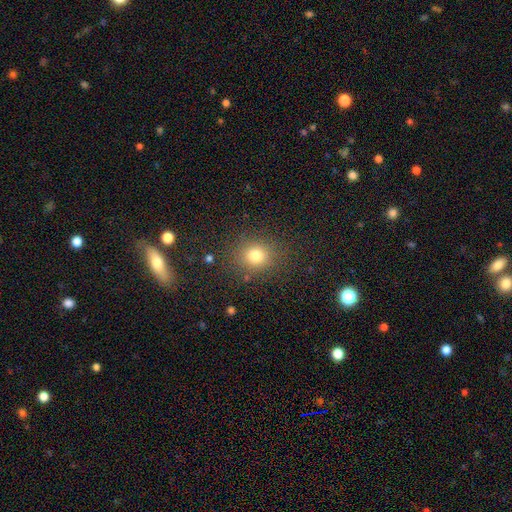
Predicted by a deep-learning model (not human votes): The model was most divided on "how rounded": round: 77%, in between: 22%, cigar-shaped: 1%. More confident: merging — none (84%); smooth or featured — smooth (77%).